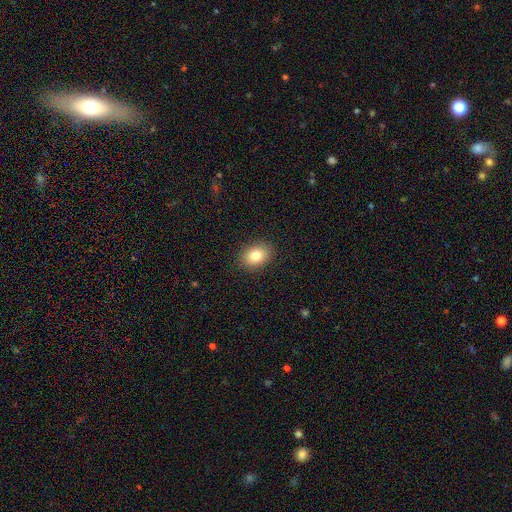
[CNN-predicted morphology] The model was most divided on "how rounded": in between: 71%, round: 28%, cigar-shaped: 1%. More confident: merging — none (89%); smooth or featured — smooth (82%).